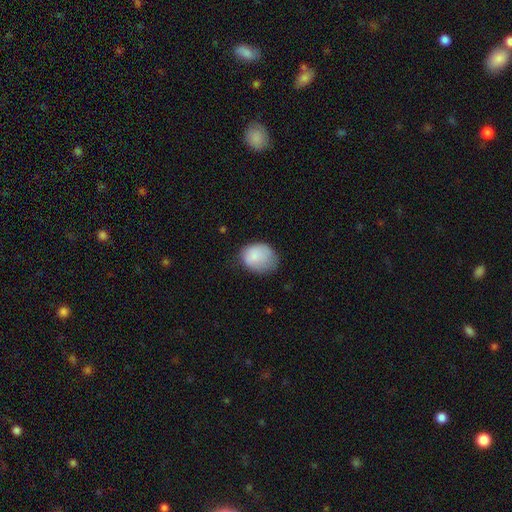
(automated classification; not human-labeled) Smooth or featured? smooth (83%)
How rounded? in between (58%)
Merging? none (43%)